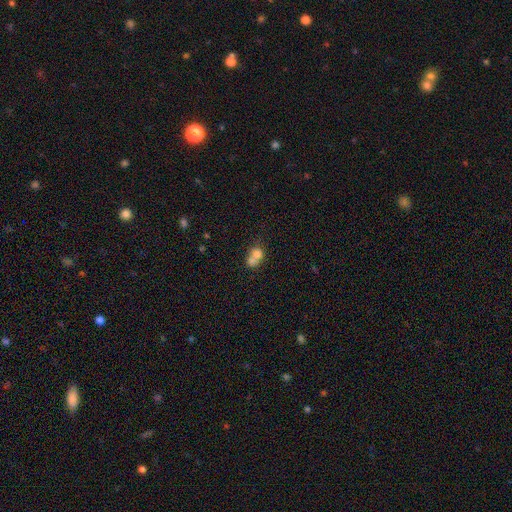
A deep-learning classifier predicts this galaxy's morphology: A smooth galaxy with no disk features (71%) that is round (62%).

Vote fractions:
- Smooth or featured? smooth: 71% / featured or disk: 18% / star or artifact: 11%
- How rounded? round: 62% / in between: 37% / cigar-shaped: 1%
- Merging? merger: 65% / none: 24% / minor disturbance: 7% / major disturbance: 4%